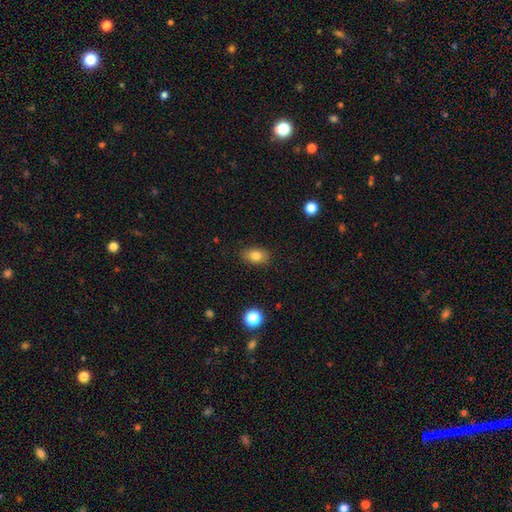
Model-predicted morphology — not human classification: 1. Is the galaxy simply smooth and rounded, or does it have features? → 82% smooth, 9% star or artifact, 8% featured or disk.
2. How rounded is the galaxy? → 85% in between, 13% round, 2% cigar-shaped.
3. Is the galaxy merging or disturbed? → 86% none, 10% minor disturbance, 3% major disturbance, 1% merger.